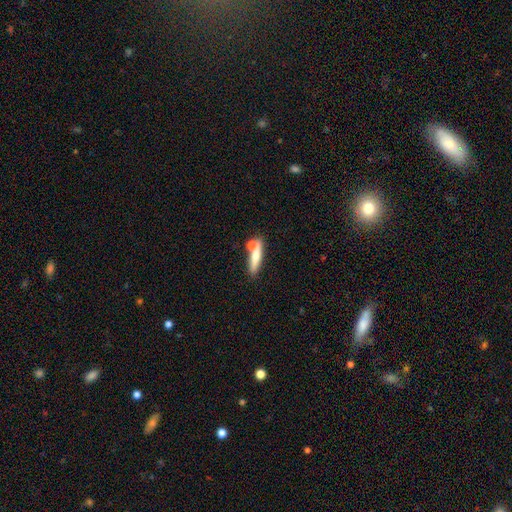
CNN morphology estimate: A smooth galaxy with no disk features (64%) that is cigar-shaped (72%). Merging: none (58%).